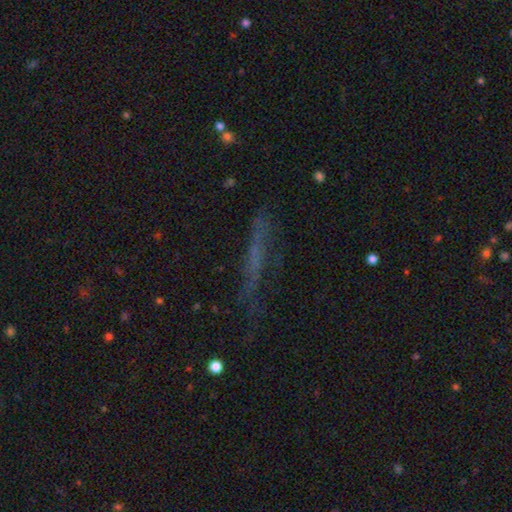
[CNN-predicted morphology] A featured or disk galaxy (41%).

Vote fractions:
- Smooth or featured? featured or disk: 41% / smooth: 39% / star or artifact: 20%
- Merging? none: 70% / minor disturbance: 19% / major disturbance: 8% / merger: 3%